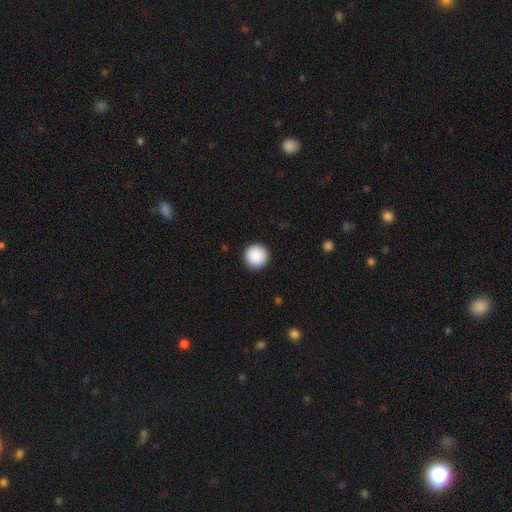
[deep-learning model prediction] A smooth galaxy with no disk features (90%) that is round (96%).

Vote fractions:
- Smooth or featured? smooth: 90% / star or artifact: 7% / featured or disk: 3%
- How rounded? round: 96% / in between: 3% / cigar-shaped: 1%
- Merging? none: 92% / minor disturbance: 5% / major disturbance: 2% / merger: 1%